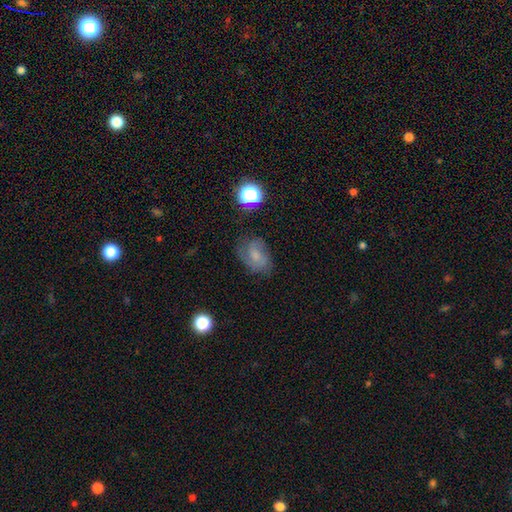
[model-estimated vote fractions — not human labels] Q: Smooth or featured?
A: smooth (54%); runner-up: featured or disk (32%)
Q: How rounded?
A: in between (68%); runner-up: round (30%)
Q: Merging?
A: none (59%); runner-up: minor disturbance (26%)